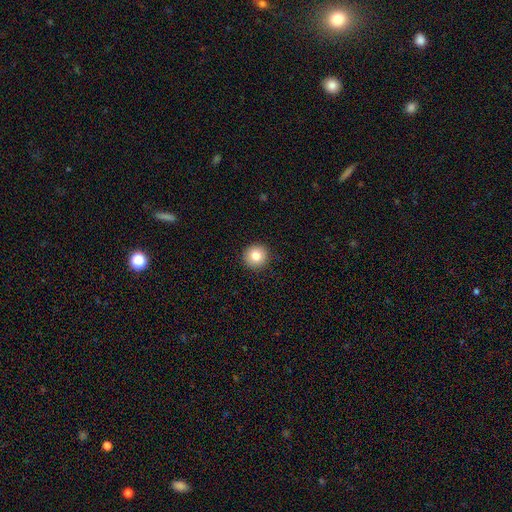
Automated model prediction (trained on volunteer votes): Smooth or featured?
  - smooth: 81% *
  - star or artifact: 10%
  - featured or disk: 9%
How rounded?
  - round: 95% *
  - in between: 4%
  - cigar-shaped: 1%
Merging?
  - none: 93% *
  - minor disturbance: 5%
  - major disturbance: 2%
  - merger: 1%